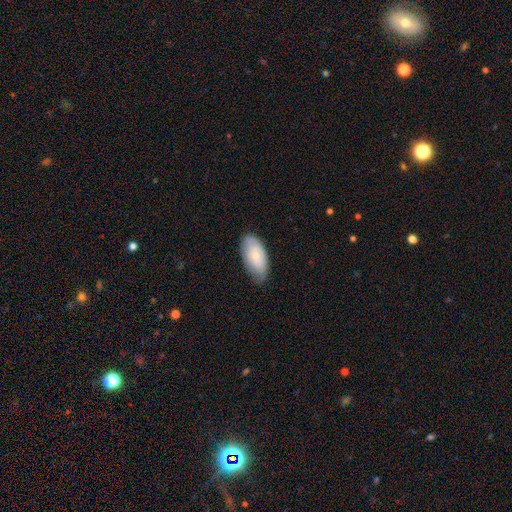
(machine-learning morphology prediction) The model was most divided on "merging": none: 71%, minor disturbance: 24%, major disturbance: 4%, merger: 1%. More confident: how rounded — in between (94%); smooth or featured — smooth (72%).